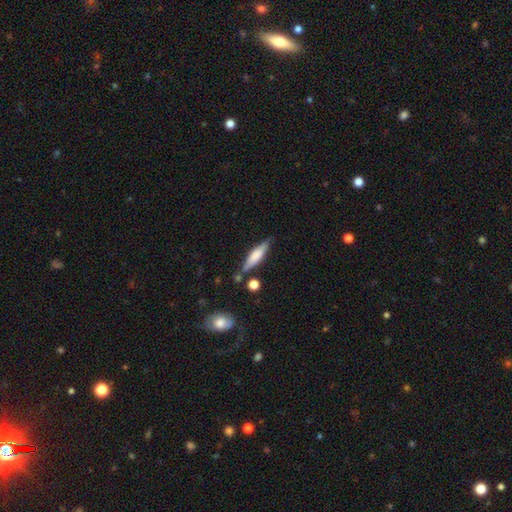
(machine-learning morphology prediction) smooth_or_featured: smooth (p=0.60) [alt: featured or disk p=0.33]
how_rounded: cigar-shaped (p=0.71) [alt: in between p=0.27]
merging: none (p=0.73) [alt: minor disturbance p=0.16]